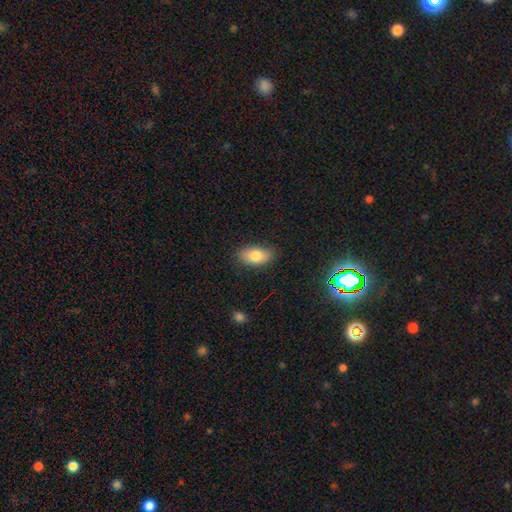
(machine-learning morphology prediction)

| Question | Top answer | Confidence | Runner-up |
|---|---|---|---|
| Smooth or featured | smooth | 81% | featured or disk (11%) |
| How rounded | in between | 91% | round (6%) |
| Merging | none | 83% | minor disturbance (13%) |